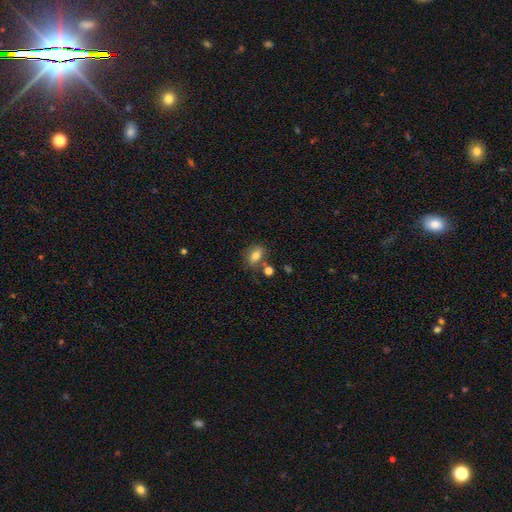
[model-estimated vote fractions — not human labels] This is likely a smooth galaxy (76%). How rounded: likely in between (75%). Merging: likely none (66%).